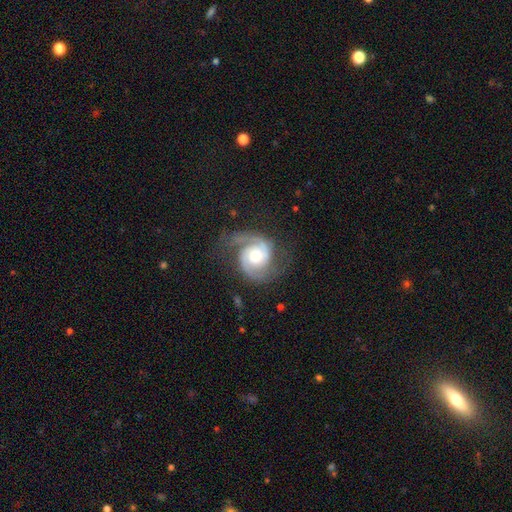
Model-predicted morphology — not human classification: A featured or disk galaxy (87%) with no bar (66%), 2 (89%) medium (49%) spiral arms (98%) and a moderate central bulge (57%).

Vote fractions:
- Smooth or featured? featured or disk: 87% / smooth: 8% / star or artifact: 5%
- Edge-on disk? no: 98% / yes: 2%
- Bar? no: 66% / weak: 28% / strong: 6%
- Spiral arms? yes: 98% / no: 2%
- Spiral winding? medium: 49% / tight: 38% / loose: 13%
- Spiral arm count? 2: 89% / can't tell: 3% / 1: 3% / 3: 3% / 4: 1% / more than 4: 1%
- Bulge size? moderate: 57% / large: 21% / small: 17% / dominant: 2% / none: 2%
- Merging? none: 65% / minor disturbance: 20% / major disturbance: 13% / merger: 1%